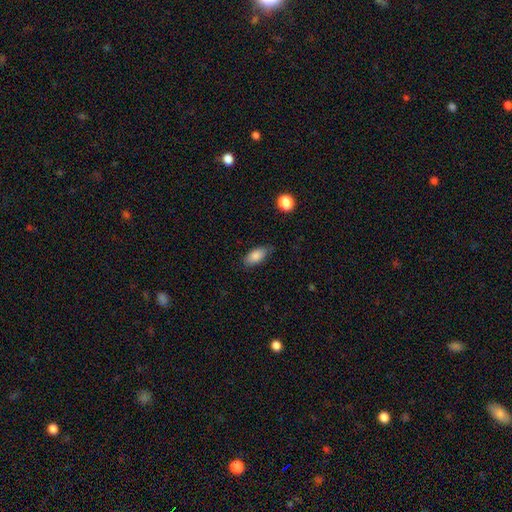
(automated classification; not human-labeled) A smooth galaxy with no disk features (84%) that is in between round and cigar-shaped (89%).

Vote fractions:
- Smooth or featured? smooth: 84% / featured or disk: 8% / star or artifact: 7%
- How rounded? in between: 89% / cigar-shaped: 8% / round: 3%
- Merging? none: 74% / minor disturbance: 21% / major disturbance: 4% / merger: 1%